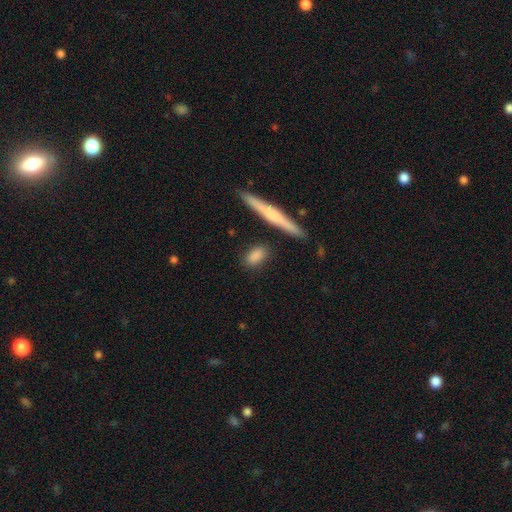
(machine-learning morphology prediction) The model was most divided on "how rounded": in between: 76%, cigar-shaped: 15%, round: 9%. More confident: smooth or featured — smooth (84%); merging — none (83%).